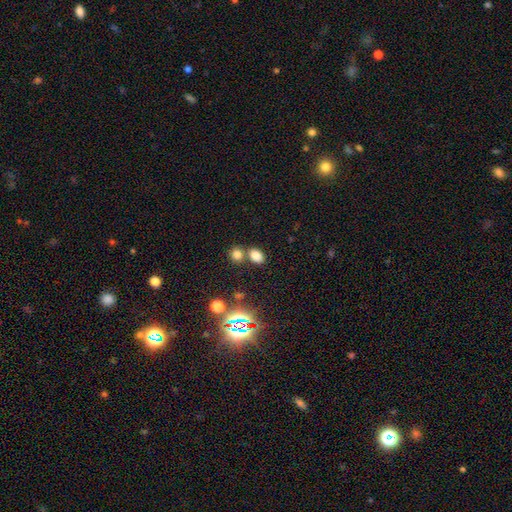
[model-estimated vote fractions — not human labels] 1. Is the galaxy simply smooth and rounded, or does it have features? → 76% smooth, 17% star or artifact, 7% featured or disk.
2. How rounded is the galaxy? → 73% in between, 25% round, 1% cigar-shaped.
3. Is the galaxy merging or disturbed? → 58% none, 29% merger, 9% minor disturbance, 4% major disturbance.